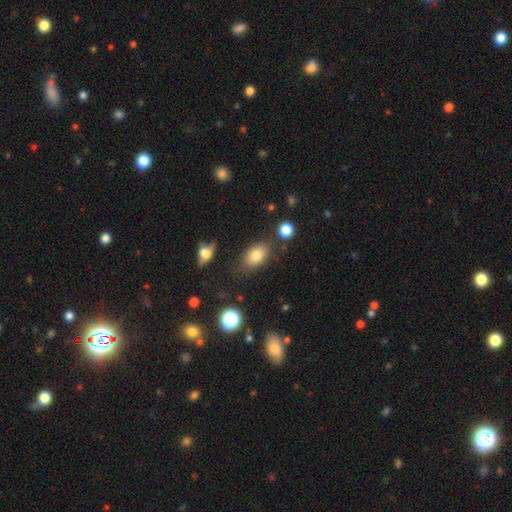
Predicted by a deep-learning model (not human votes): A smooth galaxy with no disk features (80%) that is in between round and cigar-shaped (85%).

Vote fractions:
- Smooth or featured? smooth: 80% / featured or disk: 10% / star or artifact: 10%
- How rounded? in between: 85% / round: 13% / cigar-shaped: 2%
- Merging? none: 74% / minor disturbance: 16% / merger: 6% / major disturbance: 5%